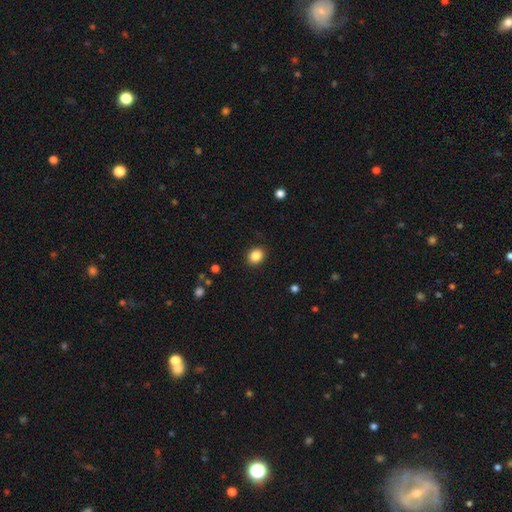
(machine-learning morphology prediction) smooth-or-featured: smooth: 86% | star or artifact: 10% | featured or disk: 4%
  how-rounded: round: 64% | in between: 35% | cigar-shaped: 1%
  merging: none: 90% | minor disturbance: 7% | major disturbance: 2% | merger: 1%